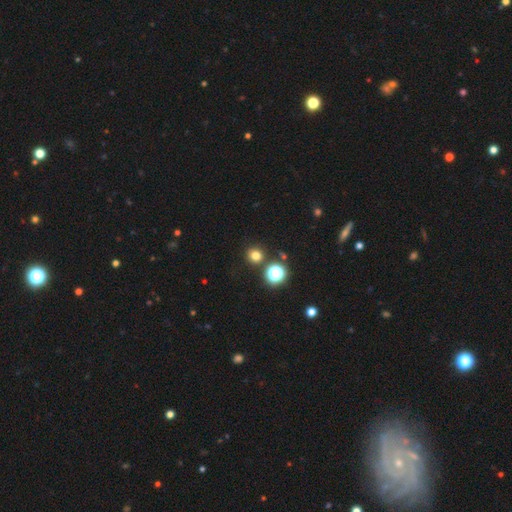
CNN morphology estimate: Smooth or featured? Predicted: smooth (p=0.74). How rounded? Predicted: round (p=0.92). Merging? Predicted: none (p=0.86).